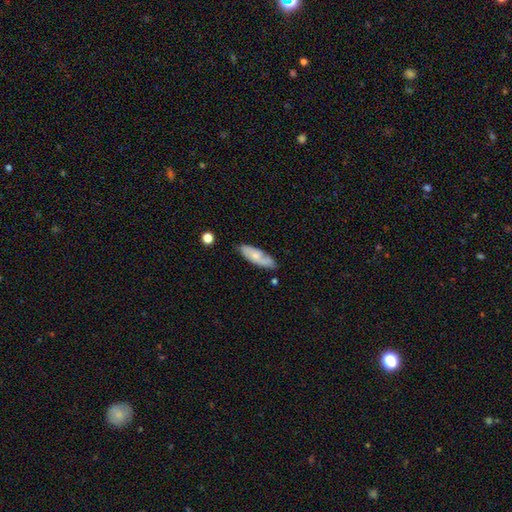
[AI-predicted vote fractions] Overall: smooth (57%; featured or disk 37%). How rounded: in between (60%; cigar-shaped 38%). Merging: none (74%).